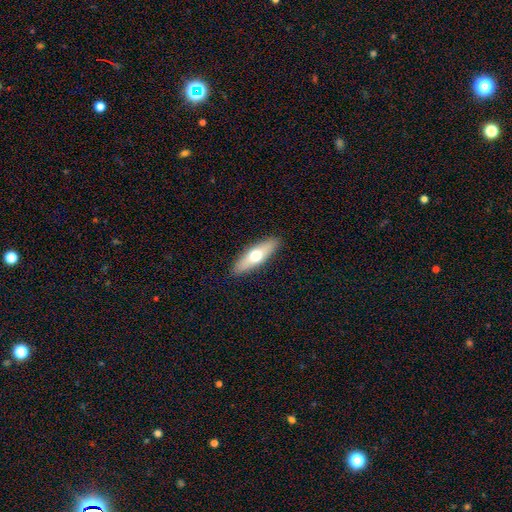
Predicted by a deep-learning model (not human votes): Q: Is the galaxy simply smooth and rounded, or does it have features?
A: smooth — 57%.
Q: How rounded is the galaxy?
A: cigar-shaped — 55%.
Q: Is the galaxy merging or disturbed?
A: none — 90%.